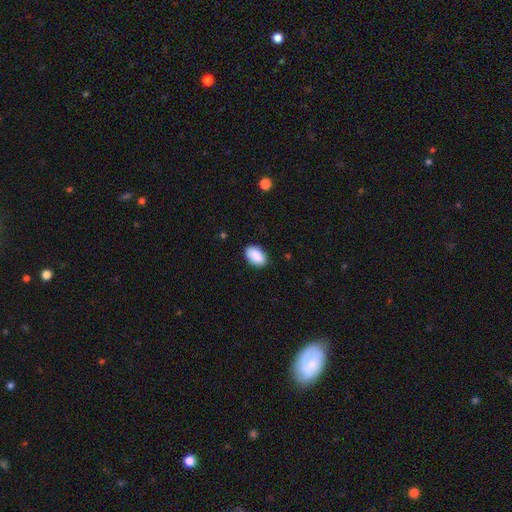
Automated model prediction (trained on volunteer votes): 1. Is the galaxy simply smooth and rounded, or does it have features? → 90% smooth, 6% star or artifact, 4% featured or disk.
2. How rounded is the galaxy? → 93% in between, 6% round, 1% cigar-shaped.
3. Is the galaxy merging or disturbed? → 88% none, 9% minor disturbance, 2% major disturbance, 1% merger.